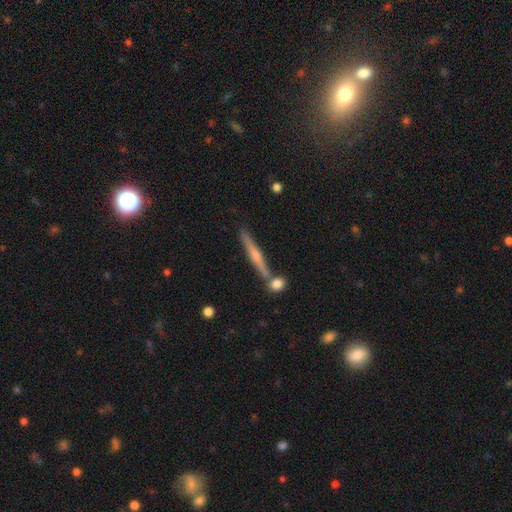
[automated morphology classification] Overall: featured or disk (60%; smooth 33%). Edge-on disk: yes (97%). Edge-on bulge: rounded (72%). Merging: none (78%).